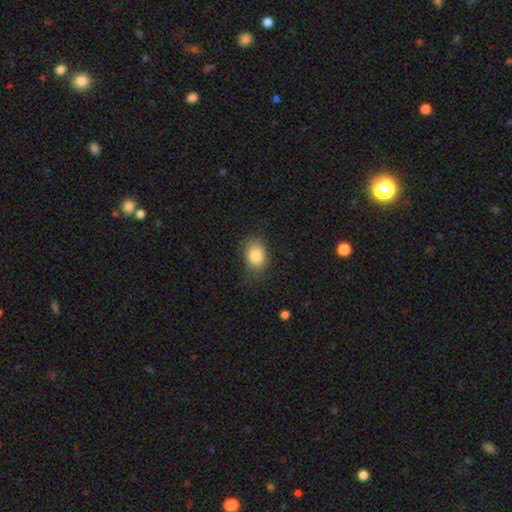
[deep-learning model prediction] The model was most divided on "how rounded": in between: 66%, round: 33%, cigar-shaped: 1%. More confident: smooth or featured — smooth (82%); merging — none (71%).